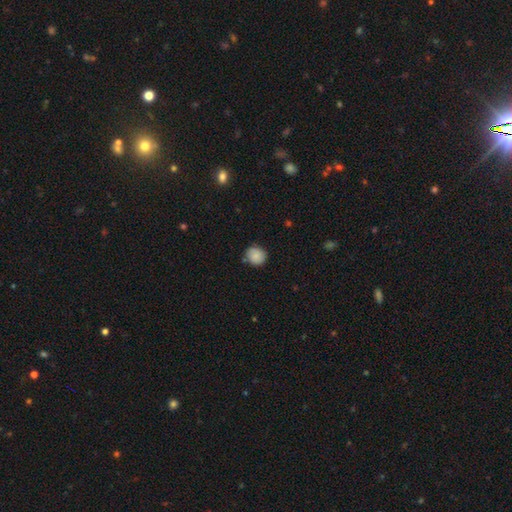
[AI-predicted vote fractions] Smooth or featured?
  - smooth: 84% *
  - star or artifact: 8%
  - featured or disk: 8%
How rounded?
  - round: 81% *
  - in between: 18%
  - cigar-shaped: 1%
Merging?
  - none: 75% *
  - minor disturbance: 19%
  - merger: 3%
  - major disturbance: 3%